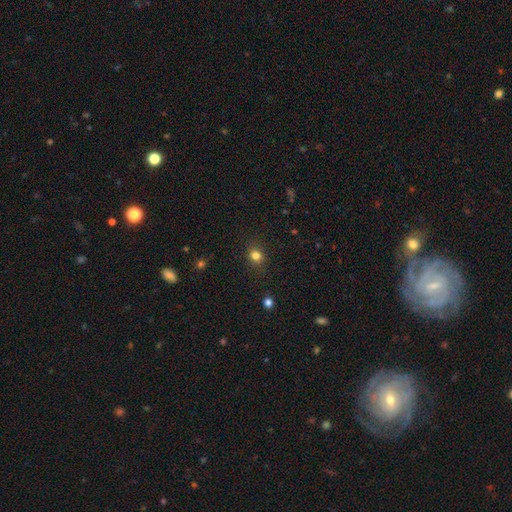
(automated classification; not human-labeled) Smooth or featured: smooth — 80% (star or artifact — 14%)
How rounded: round — 71% (in between — 28%)
Merging: none — 85% (minor disturbance — 11%)